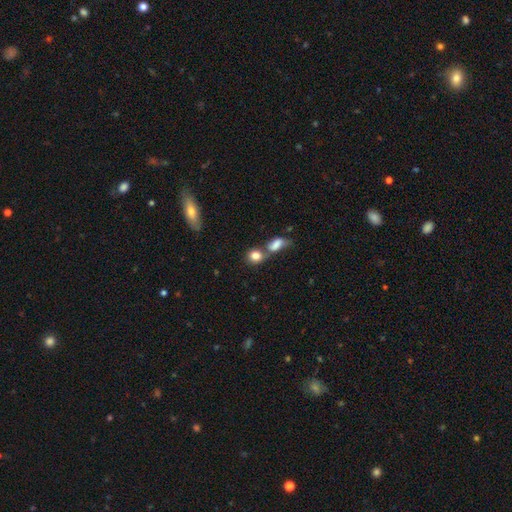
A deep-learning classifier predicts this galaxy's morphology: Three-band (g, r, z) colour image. It shows a smooth galaxy with no disk features (82%) that is round (59%). Merging: merger (45%).